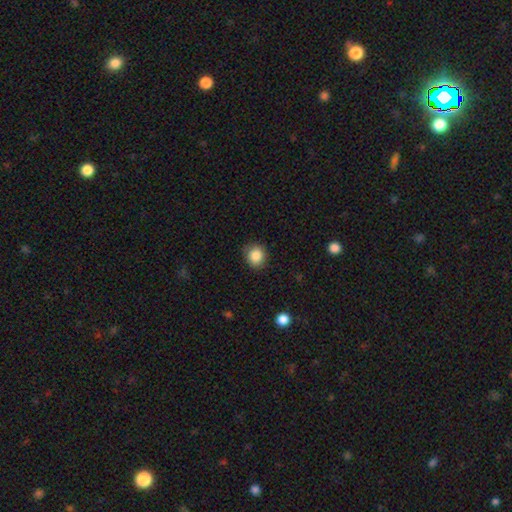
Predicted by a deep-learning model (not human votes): Smooth or featured?
  - smooth: 86% *
  - star or artifact: 9%
  - featured or disk: 4%
How rounded?
  - round: 83% *
  - in between: 16%
  - cigar-shaped: 1%
Merging?
  - none: 84% *
  - minor disturbance: 12%
  - major disturbance: 3%
  - merger: 1%